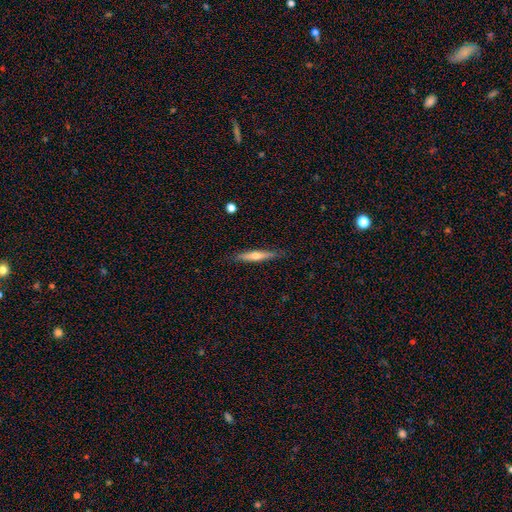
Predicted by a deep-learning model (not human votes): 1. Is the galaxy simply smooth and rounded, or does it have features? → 51% featured or disk, 43% smooth, 6% star or artifact.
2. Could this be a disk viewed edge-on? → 93% yes, 7% no.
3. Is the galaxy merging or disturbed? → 85% none, 11% minor disturbance, 2% major disturbance, 1% merger.